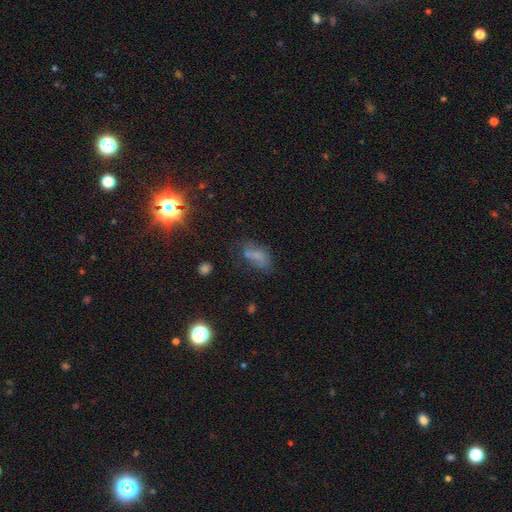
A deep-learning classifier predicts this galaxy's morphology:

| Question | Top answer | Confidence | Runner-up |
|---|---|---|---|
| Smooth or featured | smooth | 59% | star or artifact (22%) |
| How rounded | in between | 83% | cigar-shaped (9%) |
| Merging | none | 45% | minor disturbance (25%) |